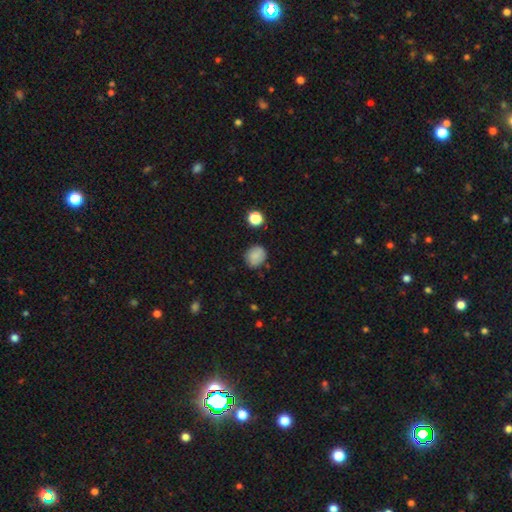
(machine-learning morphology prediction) A smooth galaxy with no disk features (82%) that is round (72%). Merging: none (78%).